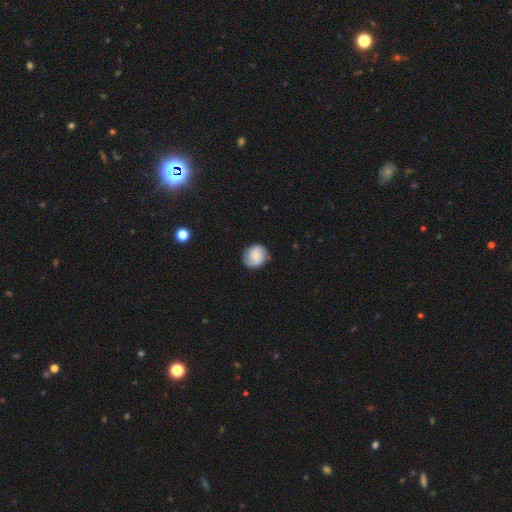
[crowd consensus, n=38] This is likely a smooth galaxy (66%). How rounded: clearly round (80%). Merging: clearly none (86%).